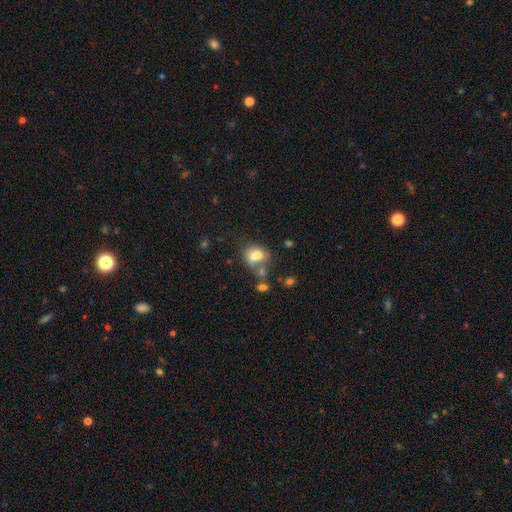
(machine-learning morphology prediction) smooth-or-featured: smooth: 69% | featured or disk: 19% | star or artifact: 11%
  how-rounded: in between: 53% | round: 45% | cigar-shaped: 1%
  merging: merger: 46% | none: 33% | minor disturbance: 14% | major disturbance: 8%